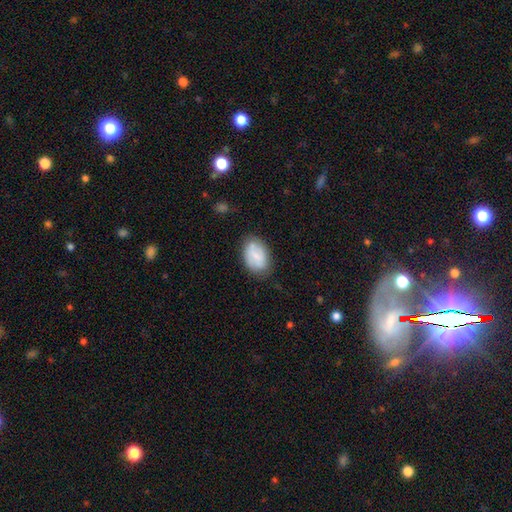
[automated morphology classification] This is likely a smooth galaxy (65%). How rounded: clearly in between (85%). Merging: likely none (74%).